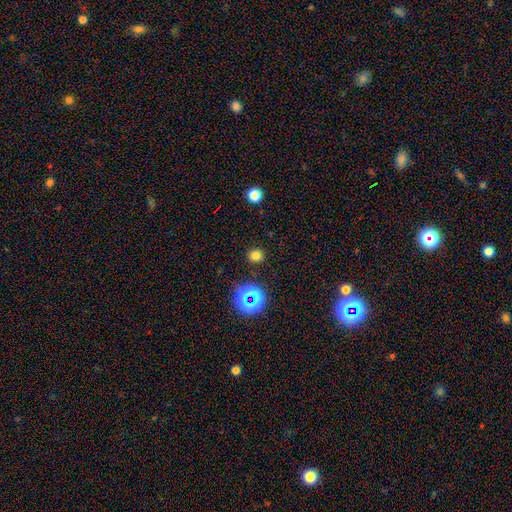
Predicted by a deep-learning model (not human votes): This appears to be a smooth galaxy with no disk features (73%) that is round (88%). Merging: none (89%).